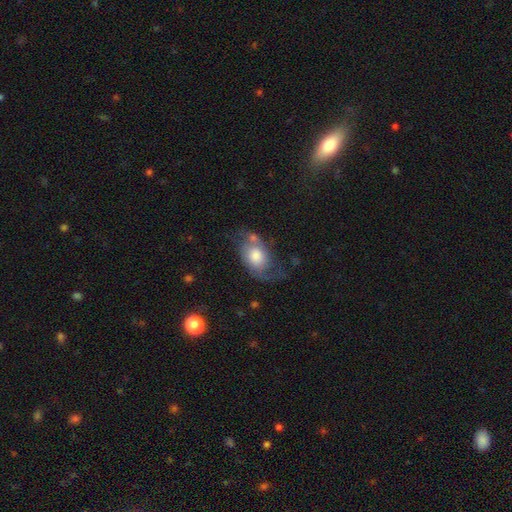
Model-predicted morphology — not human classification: Smooth or featured: featured or disk — 52% (smooth — 40%)
Edge-on disk: no — 95% (yes — 5%)
Merging: none — 45% (minor disturbance — 26%)